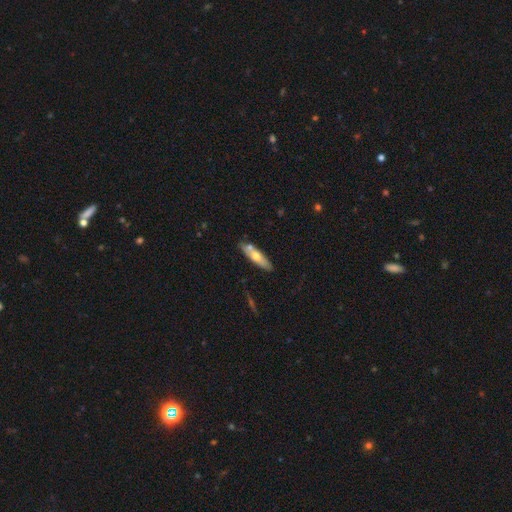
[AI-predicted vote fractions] Q: Smooth or featured?
A: smooth (53%); runner-up: featured or disk (41%)
Q: How rounded?
A: cigar-shaped (64%); runner-up: in between (34%)
Q: Merging?
A: none (73%); runner-up: minor disturbance (14%)